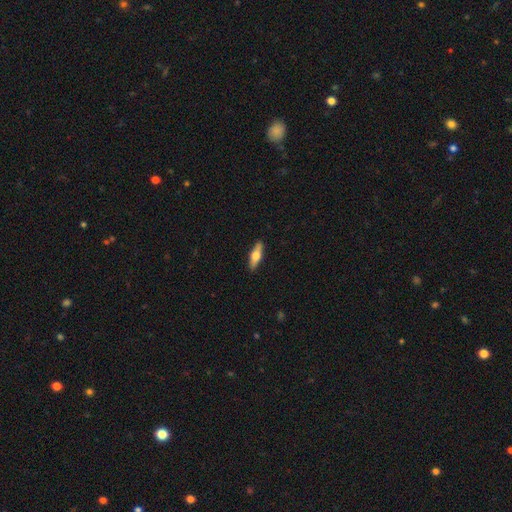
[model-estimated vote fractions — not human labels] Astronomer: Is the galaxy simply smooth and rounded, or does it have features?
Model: featured or disk — 53% (runner-up: smooth, 41%).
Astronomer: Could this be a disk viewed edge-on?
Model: yes — 93%.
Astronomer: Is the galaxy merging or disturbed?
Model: none — 90%.